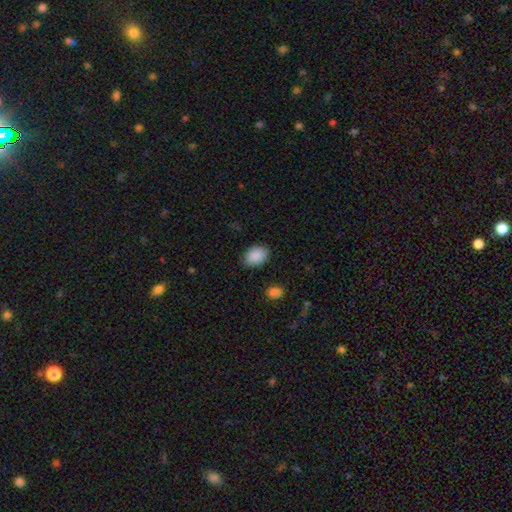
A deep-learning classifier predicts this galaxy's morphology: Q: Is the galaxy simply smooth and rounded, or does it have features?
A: smooth — 90%.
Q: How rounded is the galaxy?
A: in between — 78%.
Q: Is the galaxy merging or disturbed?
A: none — 84%.